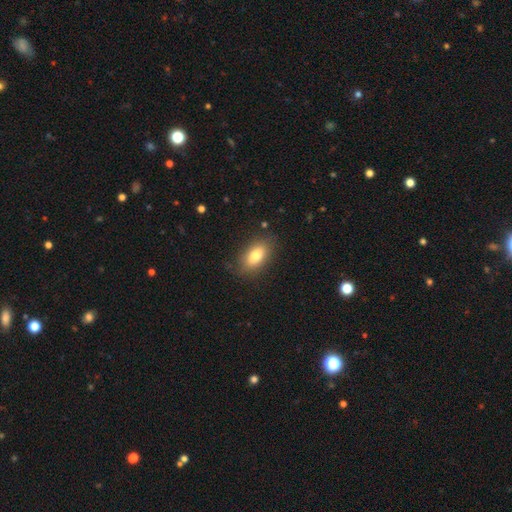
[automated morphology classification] Smooth or featured: smooth — 80% (featured or disk — 12%)
How rounded: in between — 89% (cigar-shaped — 6%)
Merging: none — 82% (minor disturbance — 13%)